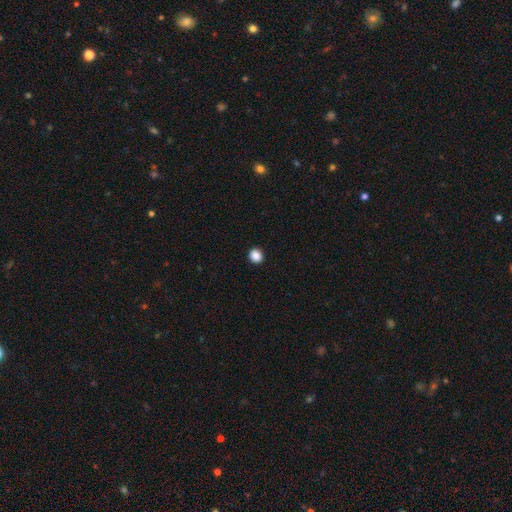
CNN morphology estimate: This appears to be a smooth galaxy with no disk features (88%) that is round (87%). Merging: none (93%).